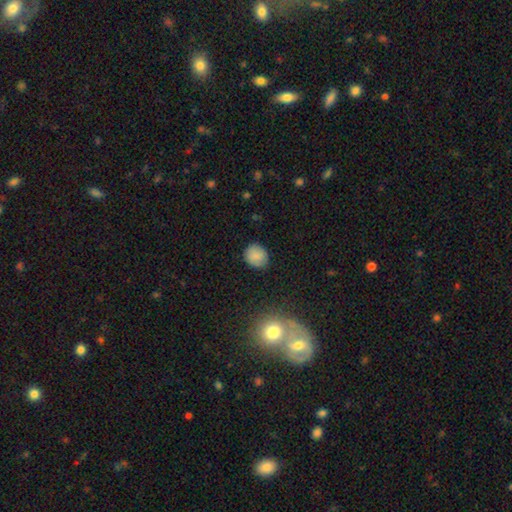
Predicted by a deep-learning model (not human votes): Overall: smooth (84%). How rounded: round (70%). Merging: none (85%).